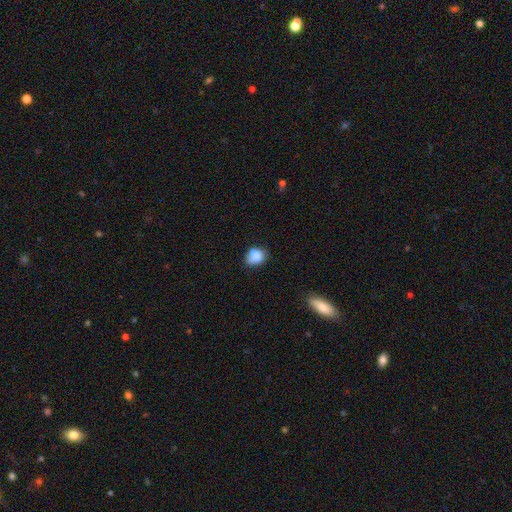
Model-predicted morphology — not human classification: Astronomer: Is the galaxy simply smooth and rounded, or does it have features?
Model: smooth — 83%.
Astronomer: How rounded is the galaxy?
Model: in between — 53% (runner-up: round, 46%).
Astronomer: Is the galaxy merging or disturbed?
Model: none — 56% (runner-up: minor disturbance, 33%).